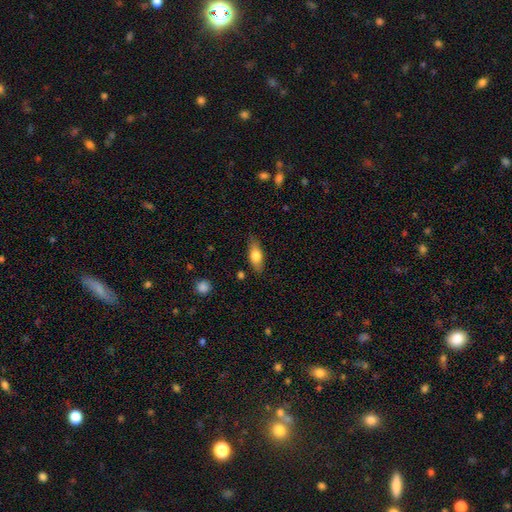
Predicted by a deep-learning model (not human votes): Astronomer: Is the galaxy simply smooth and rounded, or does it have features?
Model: smooth — 71%.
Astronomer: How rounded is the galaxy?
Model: in between — 73%.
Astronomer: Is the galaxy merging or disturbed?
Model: none — 81%.